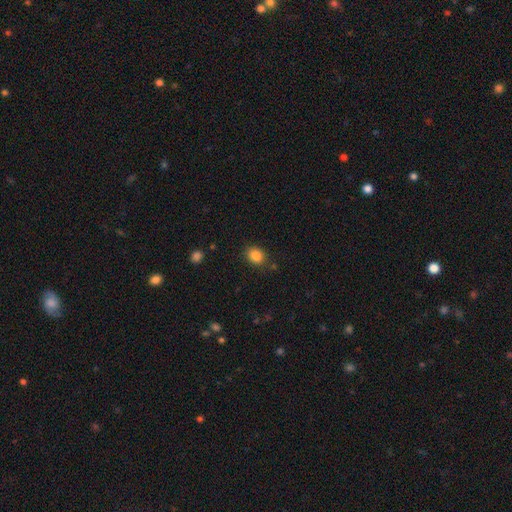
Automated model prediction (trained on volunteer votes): Q: Smooth or featured?
A: smooth (85%); runner-up: star or artifact (10%)
Q: How rounded?
A: round (54%); runner-up: in between (45%)
Q: Merging?
A: none (83%); runner-up: minor disturbance (11%)